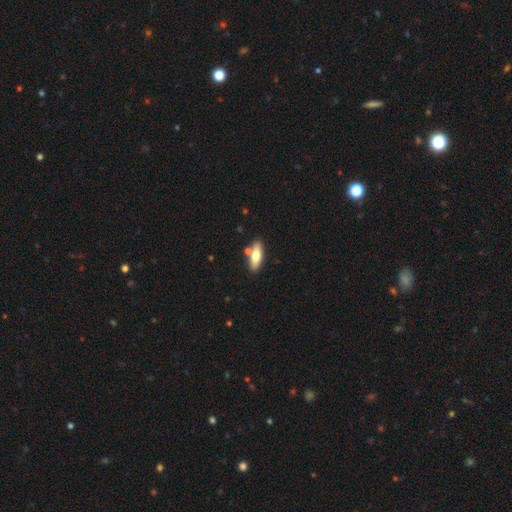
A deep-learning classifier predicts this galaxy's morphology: smooth 72%, featured or disk 22%, star or artifact 6%. Down the decision tree: how rounded — in between (64%); merging — none (77%).